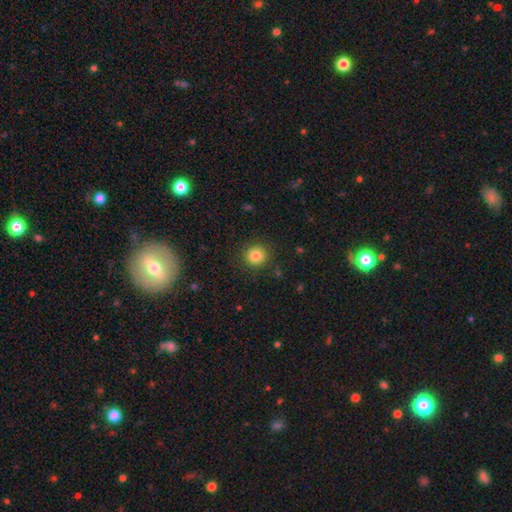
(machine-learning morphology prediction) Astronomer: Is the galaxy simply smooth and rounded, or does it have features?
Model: smooth — 83%.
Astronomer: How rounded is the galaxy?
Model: round — 92%.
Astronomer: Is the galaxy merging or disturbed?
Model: none — 89%.